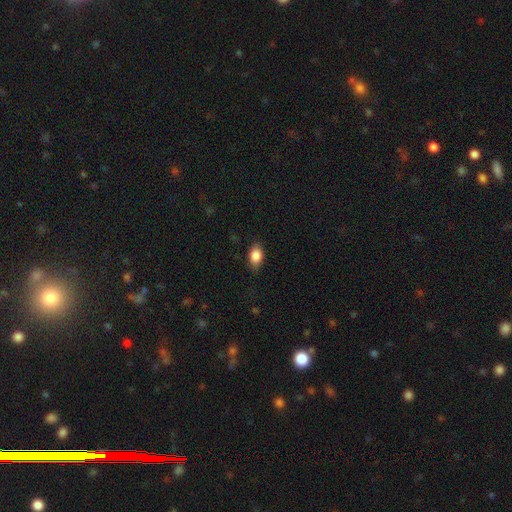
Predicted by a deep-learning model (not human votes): smooth-or-featured: smooth: 86% | star or artifact: 7% | featured or disk: 7%
  how-rounded: in between: 84% | round: 14% | cigar-shaped: 2%
  merging: none: 83% | minor disturbance: 14% | major disturbance: 3% | merger: 1%